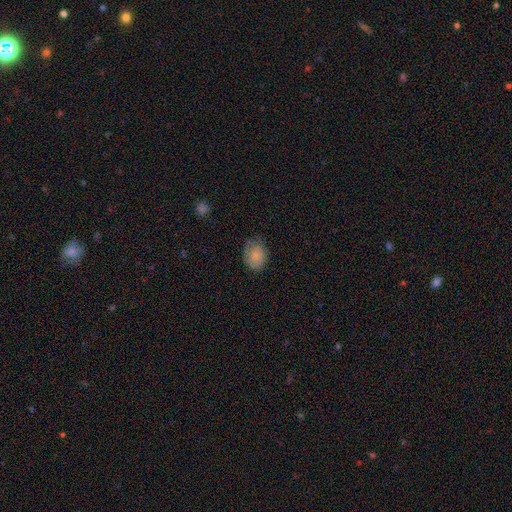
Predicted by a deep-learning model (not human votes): smooth-or-featured: smooth: 78% | featured or disk: 14% | star or artifact: 8%
  how-rounded: in between: 63% | round: 37% | cigar-shaped: 1%
  merging: none: 64% | minor disturbance: 27% | major disturbance: 8% | merger: 1%